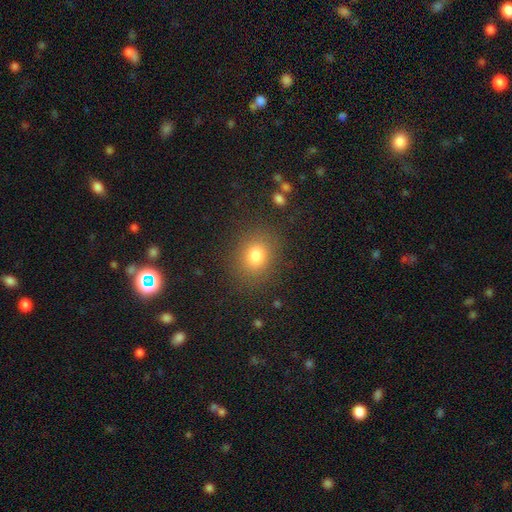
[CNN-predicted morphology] smooth 79%, star or artifact 13%, featured or disk 8%. Down the decision tree: how rounded — round (59%); merging — none (85%).